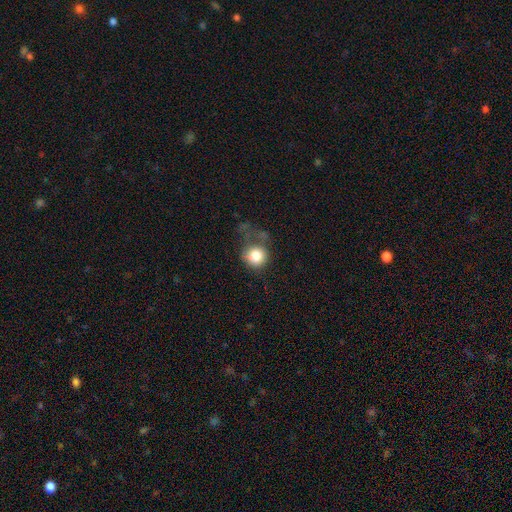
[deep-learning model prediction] smooth 80%, featured or disk 10%, star or artifact 9%. Down the decision tree: how rounded — round (85%); merging — none (40%).